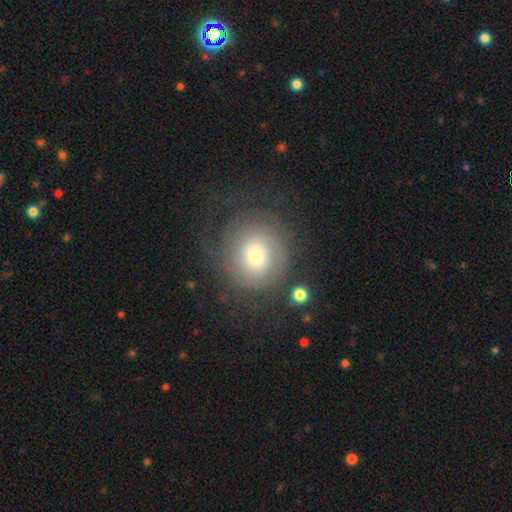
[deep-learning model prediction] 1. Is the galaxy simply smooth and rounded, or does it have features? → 57% featured or disk, 32% smooth, 11% star or artifact.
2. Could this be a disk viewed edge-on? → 97% no, 3% yes.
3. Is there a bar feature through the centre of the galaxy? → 77% no, 19% weak, 5% strong.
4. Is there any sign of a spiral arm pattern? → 78% yes, 22% no.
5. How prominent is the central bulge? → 48% moderate, 39% small, 10% large, 2% dominant, 1% none.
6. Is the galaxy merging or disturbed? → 72% none, 14% minor disturbance, 12% major disturbance, 2% merger.